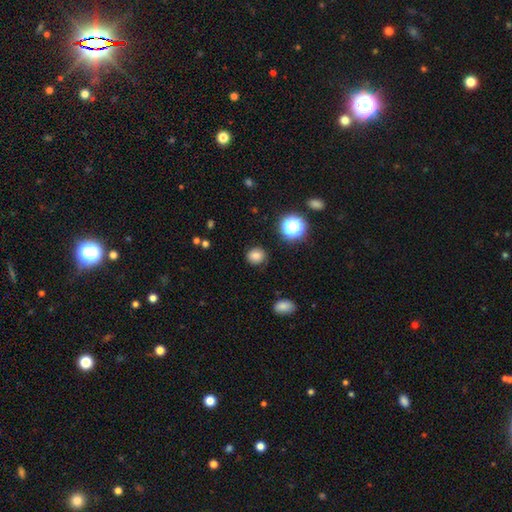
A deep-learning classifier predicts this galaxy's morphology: A smooth galaxy with no disk features (80%) that is round (81%). Merging: none (86%).